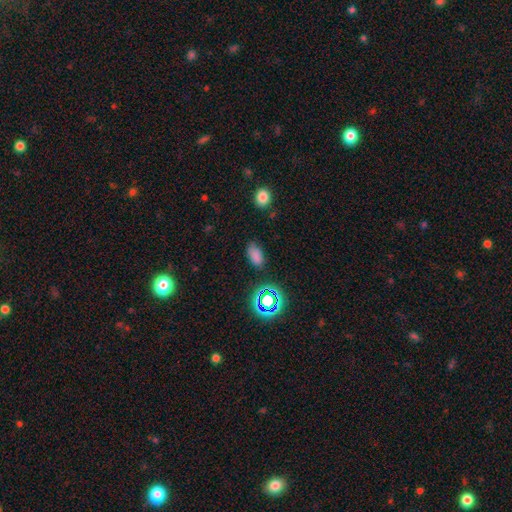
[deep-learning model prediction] Morphology: type=smooth (75%); roundness=in between (90%); merging=none (75%).